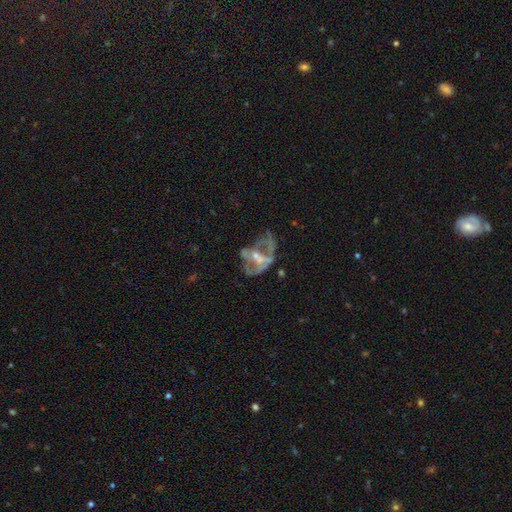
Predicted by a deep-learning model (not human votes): Morphology: type=featured or disk (69%); edge-on=no (96%); bar=no (62%); spiral arms=no (72%); bulge=small (46%); merging=major disturbance (38%).